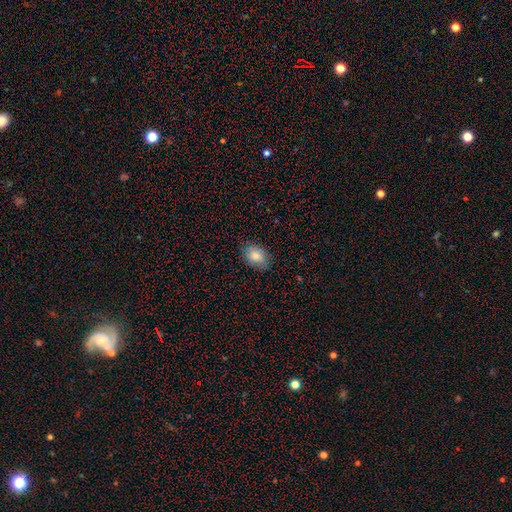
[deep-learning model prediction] A smooth galaxy with no disk features (83%) that is in between round and cigar-shaped (85%). Merging: none (84%).